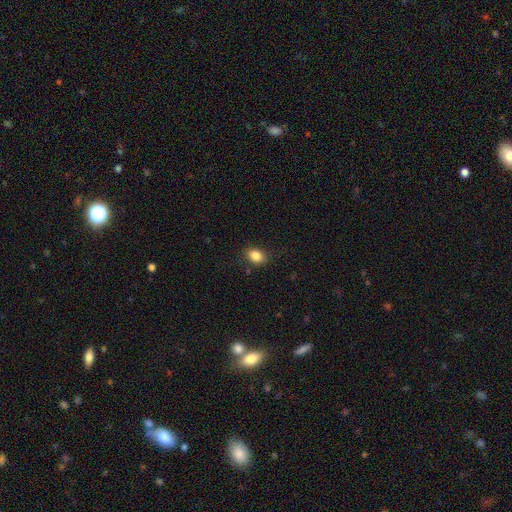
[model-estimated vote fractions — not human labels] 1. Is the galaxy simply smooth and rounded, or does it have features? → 85% smooth, 9% star or artifact, 6% featured or disk.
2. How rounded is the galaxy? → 71% in between, 27% round, 1% cigar-shaped.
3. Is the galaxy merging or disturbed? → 82% none, 13% minor disturbance, 3% major disturbance, 2% merger.